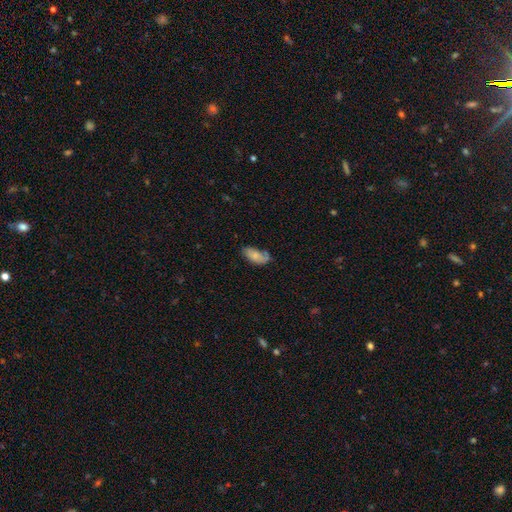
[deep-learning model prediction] Smooth or featured?
  - smooth: 68% *
  - featured or disk: 24%
  - star or artifact: 8%
How rounded?
  - in between: 91% *
  - cigar-shaped: 6%
  - round: 3%
Merging?
  - none: 50% *
  - minor disturbance: 32%
  - major disturbance: 11%
  - merger: 6%